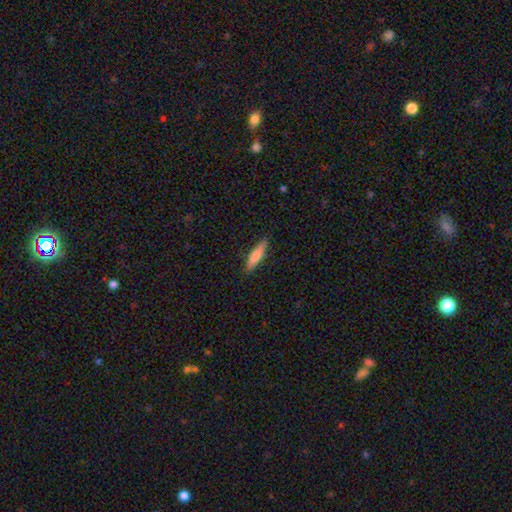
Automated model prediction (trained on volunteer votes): This is likely a smooth galaxy (74%). How rounded: clearly cigar-shaped (82%). Merging: clearly none (87%).